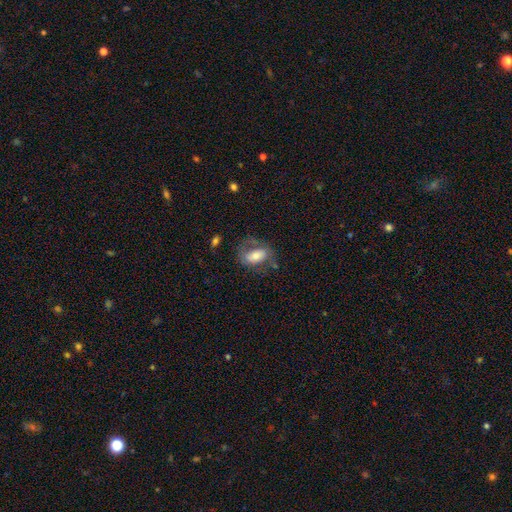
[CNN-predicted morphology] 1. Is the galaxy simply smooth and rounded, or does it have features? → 57% smooth, 36% featured or disk, 8% star or artifact.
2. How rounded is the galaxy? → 86% in between, 11% round, 3% cigar-shaped.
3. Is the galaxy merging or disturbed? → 50% none, 23% minor disturbance, 23% major disturbance, 4% merger.